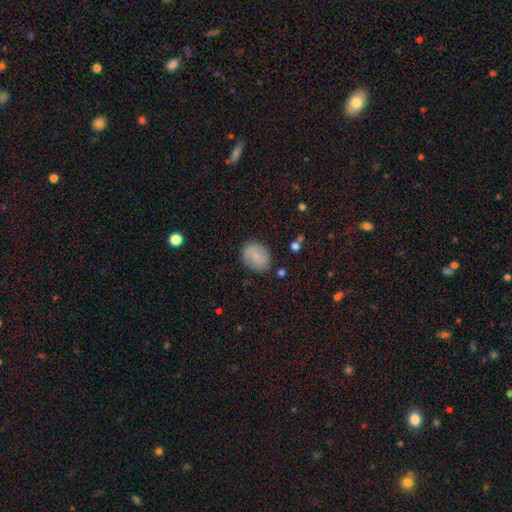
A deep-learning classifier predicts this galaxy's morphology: Q: Smooth or featured?
A: smooth (54%); runner-up: featured or disk (38%)
Q: How rounded?
A: round (50%); runner-up: in between (48%)
Q: Merging?
A: none (82%); runner-up: minor disturbance (13%)